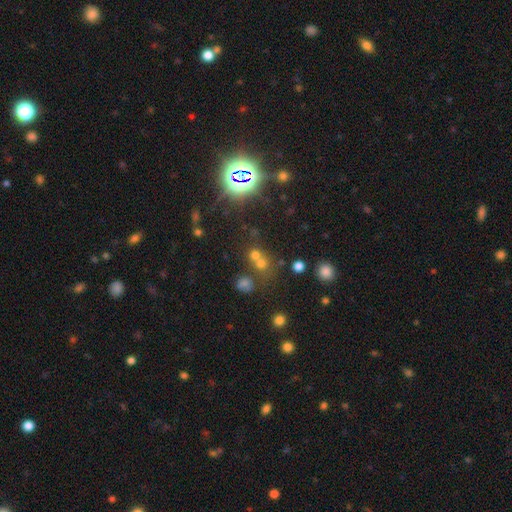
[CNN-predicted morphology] Smooth or featured? Predicted: smooth (p=0.46). Merging? Predicted: none (p=0.50).